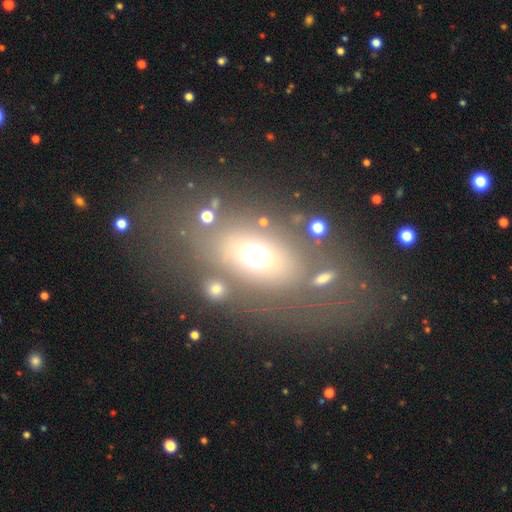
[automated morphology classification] A smooth galaxy with no disk features (58%) that is in between round and cigar-shaped (65%).

Vote fractions:
- Smooth or featured? smooth: 58% / featured or disk: 23% / star or artifact: 19%
- How rounded? in between: 65% / round: 32% / cigar-shaped: 4%
- Merging? none: 68% / minor disturbance: 12% / major disturbance: 10% / merger: 9%